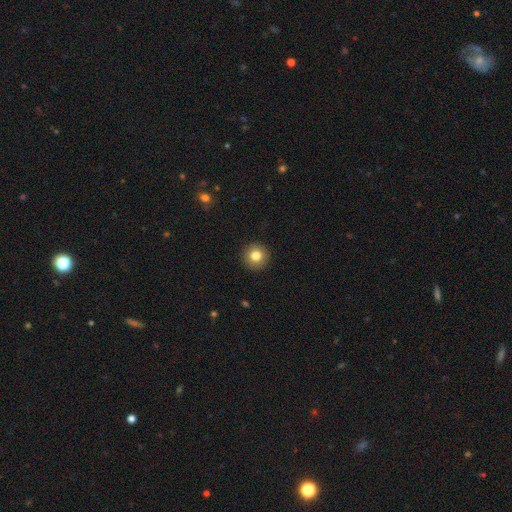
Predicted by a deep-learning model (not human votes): This is clearly a smooth galaxy (81%). How rounded: clearly round (95%). Merging: clearly none (93%).